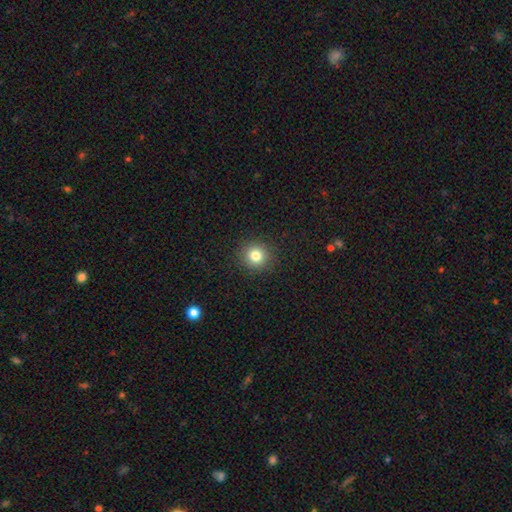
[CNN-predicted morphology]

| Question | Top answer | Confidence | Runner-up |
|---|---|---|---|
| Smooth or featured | smooth | 82% | star or artifact (12%) |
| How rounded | round | 93% | in between (6%) |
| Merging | none | 92% | minor disturbance (5%) |